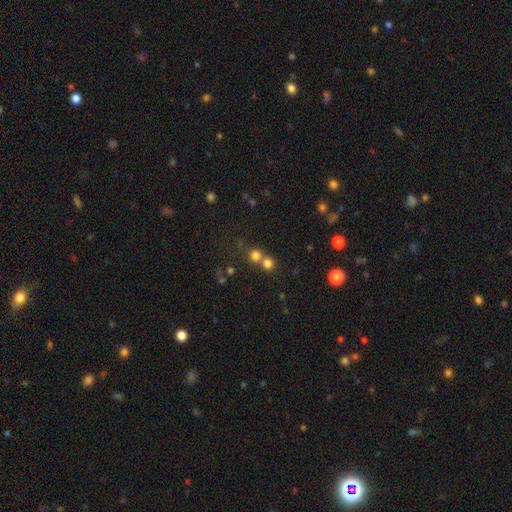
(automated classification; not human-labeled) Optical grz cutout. It shows a smooth galaxy with no disk features (74%) that is round (89%). Merging: none (49%).